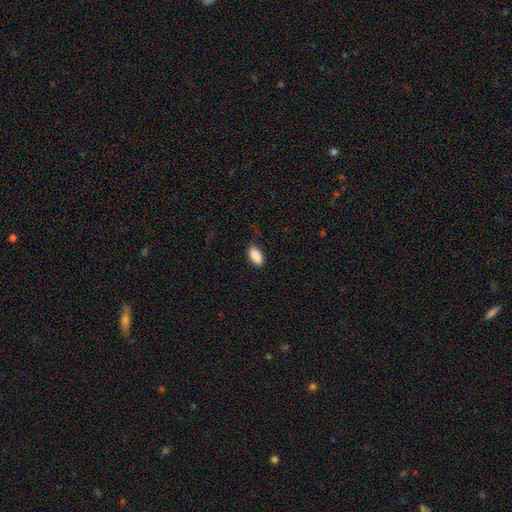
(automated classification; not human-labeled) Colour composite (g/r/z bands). It shows a smooth galaxy with no disk features (90%) that is in between round and cigar-shaped (94%). Merging: none (83%).